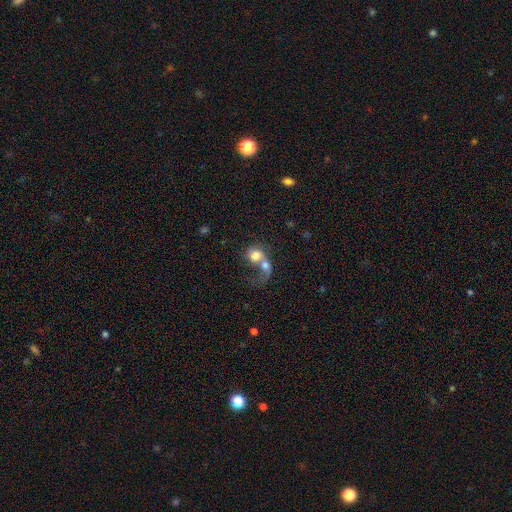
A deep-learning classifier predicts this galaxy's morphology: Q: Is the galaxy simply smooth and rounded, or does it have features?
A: smooth — 57%.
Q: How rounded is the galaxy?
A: round — 65%.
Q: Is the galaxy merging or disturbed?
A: merger — 75%.